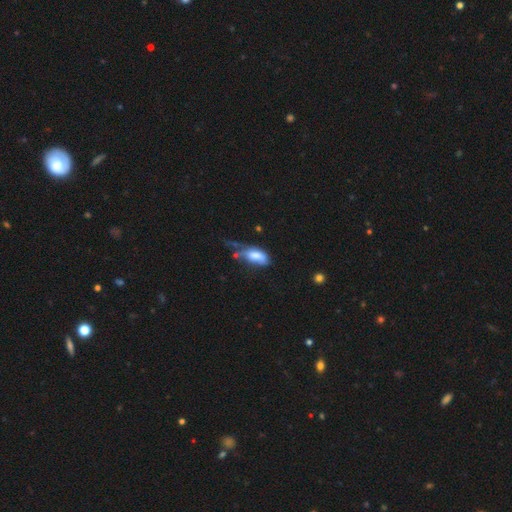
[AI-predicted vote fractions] Smooth or featured?
  - smooth: 69% *
  - featured or disk: 22%
  - star or artifact: 9%
How rounded?
  - in between: 88% *
  - cigar-shaped: 8%
  - round: 4%
Merging?
  - major disturbance: 33% *
  - minor disturbance: 32%
  - none: 22%
  - merger: 14%